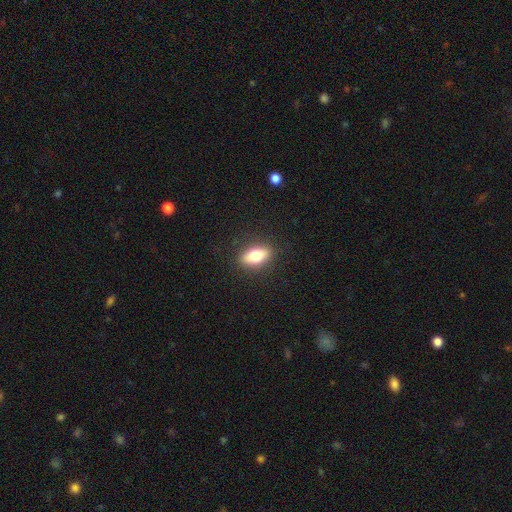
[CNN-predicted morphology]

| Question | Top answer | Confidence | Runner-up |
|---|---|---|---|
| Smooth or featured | smooth | 70% | featured or disk (22%) |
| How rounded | in between | 78% | cigar-shaped (15%) |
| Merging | none | 88% | minor disturbance (8%) |